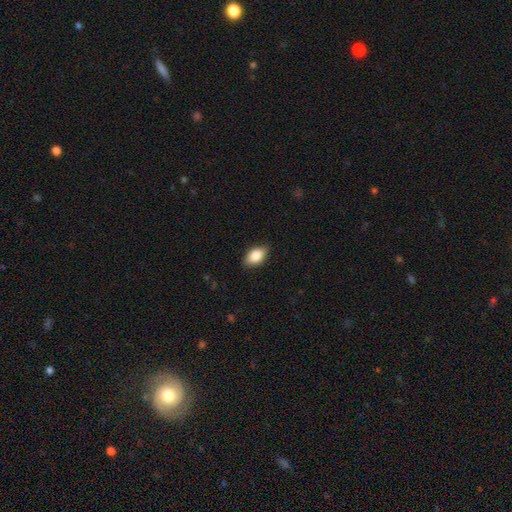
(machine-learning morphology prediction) smooth_or_featured: smooth (p=0.82) [alt: featured or disk p=0.11]
how_rounded: in between (p=0.89) [alt: round p=0.08]
merging: none (p=0.83) [alt: minor disturbance p=0.14]